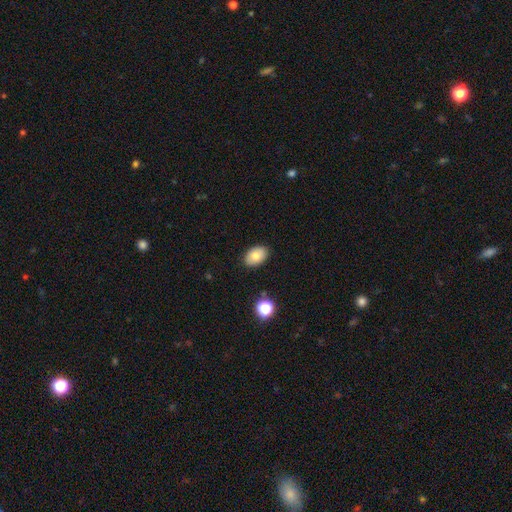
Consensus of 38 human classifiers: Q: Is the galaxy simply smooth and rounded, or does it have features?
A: smooth — 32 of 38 (84%).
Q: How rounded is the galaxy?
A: in between — 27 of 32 (84%).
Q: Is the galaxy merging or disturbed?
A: none — 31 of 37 (84%).